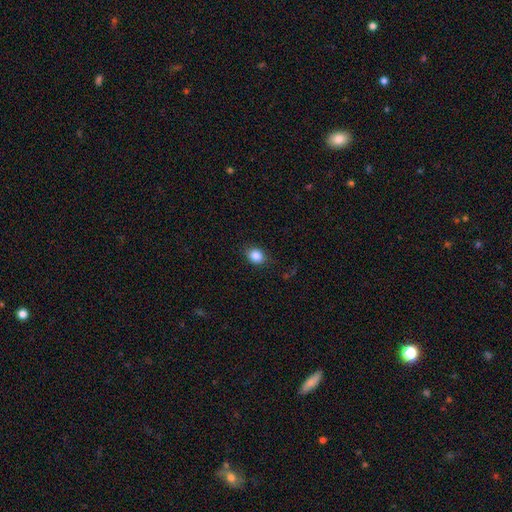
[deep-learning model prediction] Smooth or featured? Predicted: smooth (p=0.87). How rounded? Predicted: round (p=0.56). Merging? Predicted: none (p=0.82).